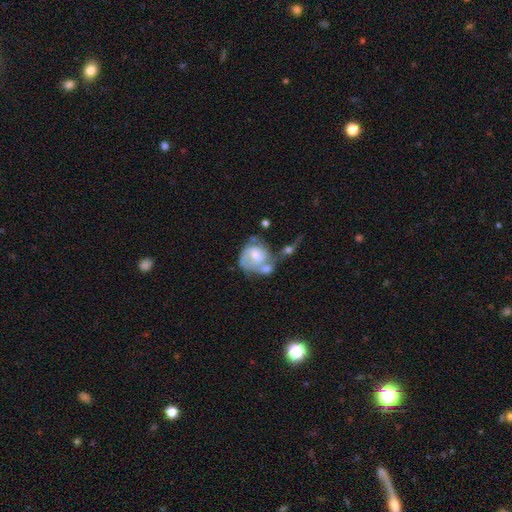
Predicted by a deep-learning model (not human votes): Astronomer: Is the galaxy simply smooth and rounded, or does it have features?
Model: featured or disk — 61%.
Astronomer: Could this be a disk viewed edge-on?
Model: no — 97%.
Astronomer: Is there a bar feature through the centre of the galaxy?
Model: no — 62%.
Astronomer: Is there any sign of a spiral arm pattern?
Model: yes — 66%.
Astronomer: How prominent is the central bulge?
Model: moderate — 43% (runner-up: small, 27%).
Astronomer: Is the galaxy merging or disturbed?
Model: merger — 46%.